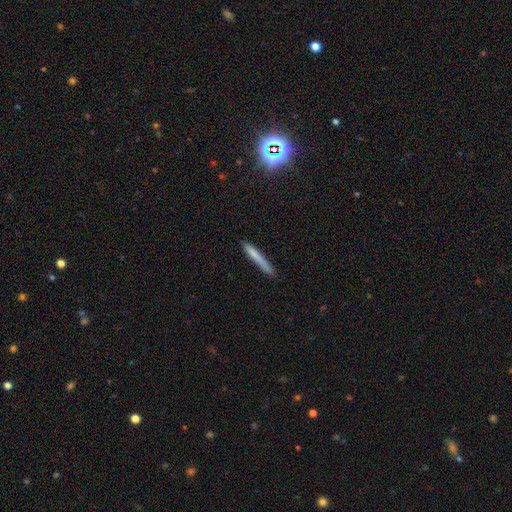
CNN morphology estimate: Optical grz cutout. It shows a smooth galaxy with no disk features (73%) that is cigar-shaped (96%). Merging: none (86%).